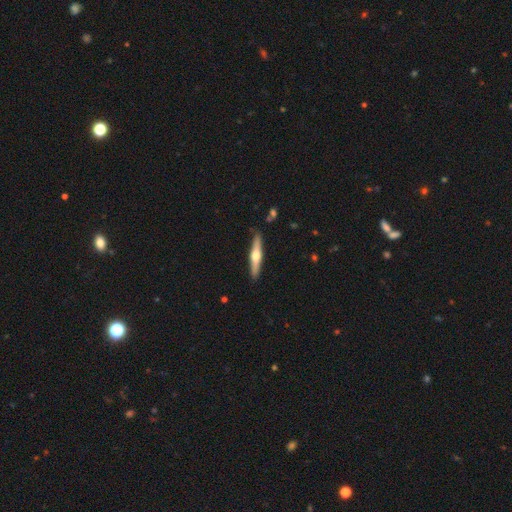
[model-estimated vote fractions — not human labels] A featured or disk galaxy (56%) viewed edge-on (95%) with a rounded central bulge (92%). Merging: none (89%).